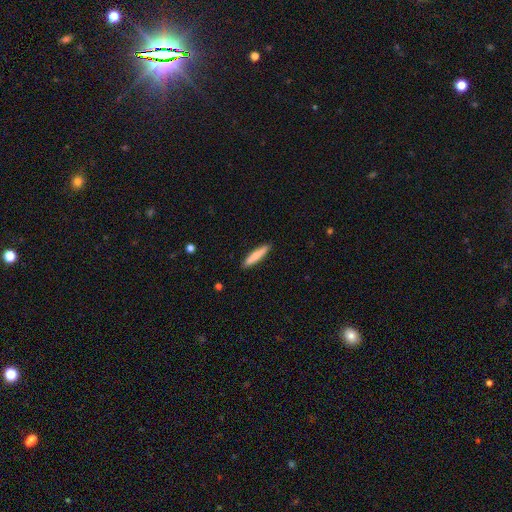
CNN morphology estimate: Smooth or featured? smooth (79%)
How rounded? cigar-shaped (90%)
Merging? none (90%)